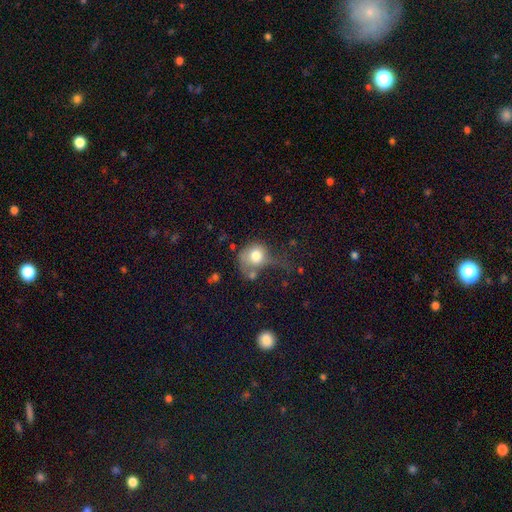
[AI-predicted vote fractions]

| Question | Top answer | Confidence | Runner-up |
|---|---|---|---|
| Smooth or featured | smooth | 74% | featured or disk (17%) |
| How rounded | round | 67% | in between (32%) |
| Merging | major disturbance | 35% | none (26%) |